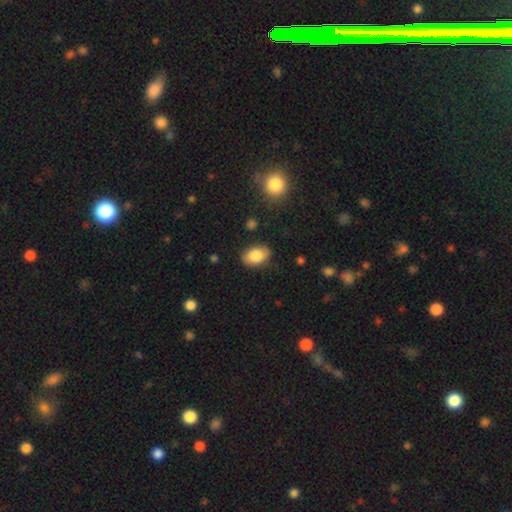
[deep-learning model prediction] smooth 81%, featured or disk 11%, star or artifact 8%. Down the decision tree: how rounded — in between (84%); merging — none (82%).